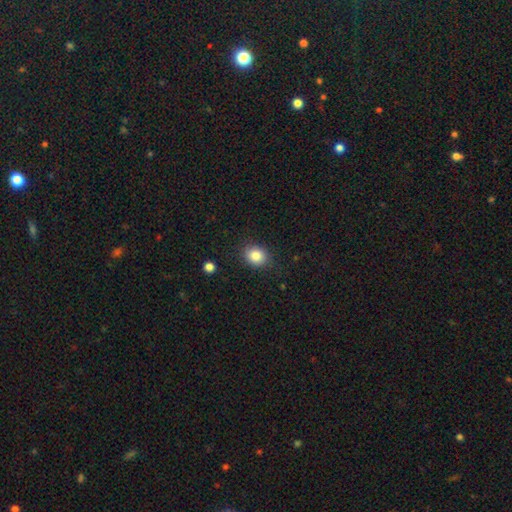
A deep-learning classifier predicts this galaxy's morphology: Smooth or featured? smooth (84%)
How rounded? round (55%)
Merging? none (85%)